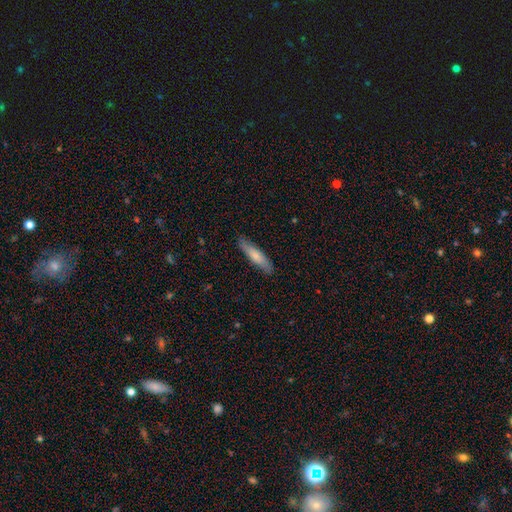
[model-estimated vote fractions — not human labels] Smooth or featured? Predicted: smooth (p=0.71). How rounded? Predicted: cigar-shaped (p=0.77). Merging? Predicted: none (p=0.87).